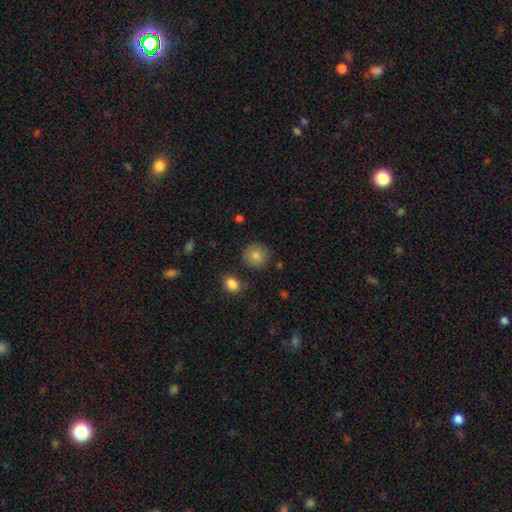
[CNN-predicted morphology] Smooth or featured? smooth (84%)
How rounded? round (91%)
Merging? none (86%)